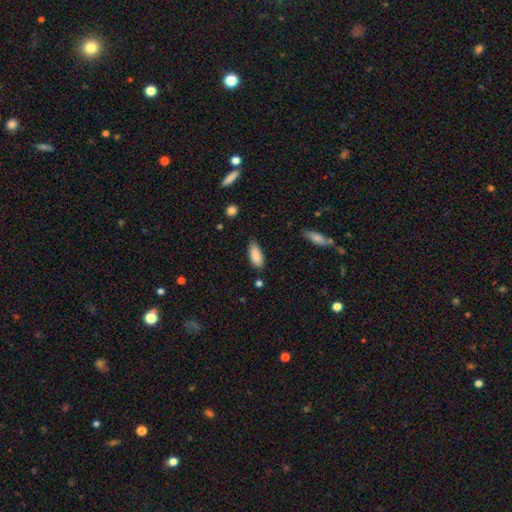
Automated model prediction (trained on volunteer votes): Overall: smooth (88%). How rounded: in between (85%). Merging: none (77%).